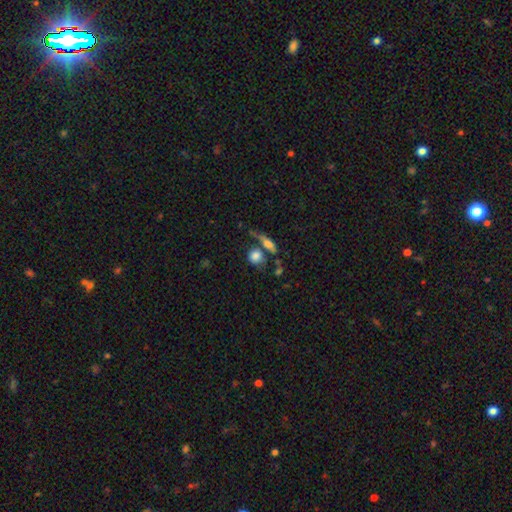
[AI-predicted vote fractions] This is likely a smooth galaxy (77%). How rounded: likely round (73%). Merging: possibly none (50%).